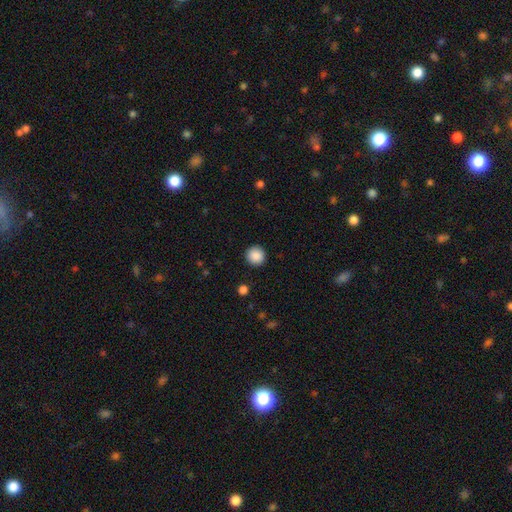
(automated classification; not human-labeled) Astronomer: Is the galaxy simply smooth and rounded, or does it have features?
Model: smooth — 89%.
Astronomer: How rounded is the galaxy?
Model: round — 95%.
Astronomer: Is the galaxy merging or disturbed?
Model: none — 92%.